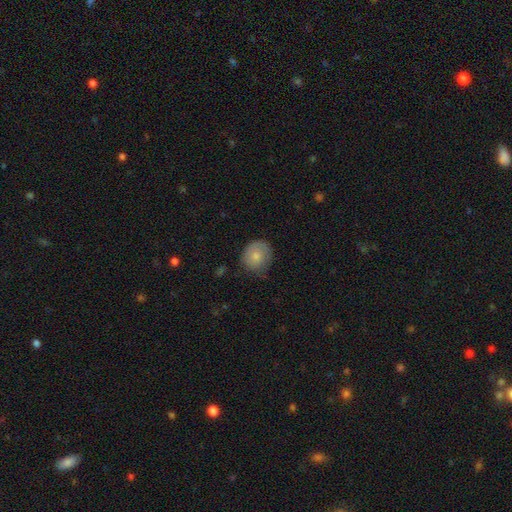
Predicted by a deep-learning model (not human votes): Smooth or featured: smooth — 75% (featured or disk — 18%)
How rounded: round — 80% (in between — 19%)
Merging: none — 66% (minor disturbance — 26%)